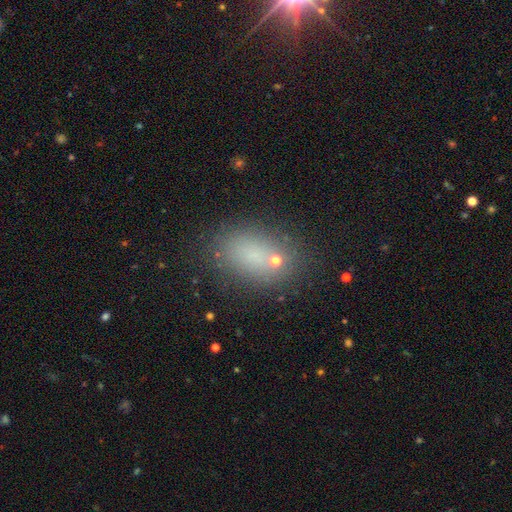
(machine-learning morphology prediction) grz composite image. It shows a smooth galaxy with no disk features (72%) that is in between round and cigar-shaped (83%). Merging: none (74%).